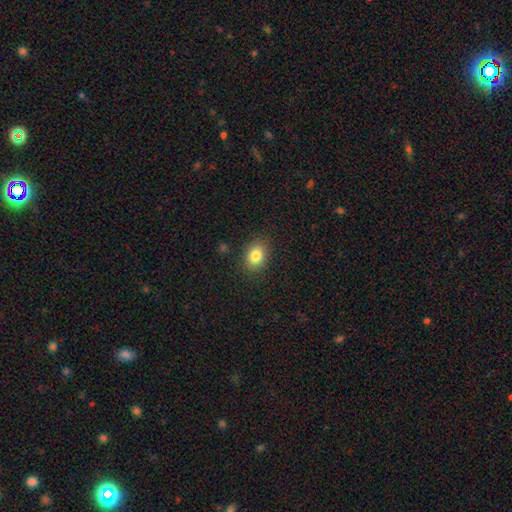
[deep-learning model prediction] This is clearly a smooth galaxy (83%). How rounded: likely in between (62%). Merging: clearly none (87%).